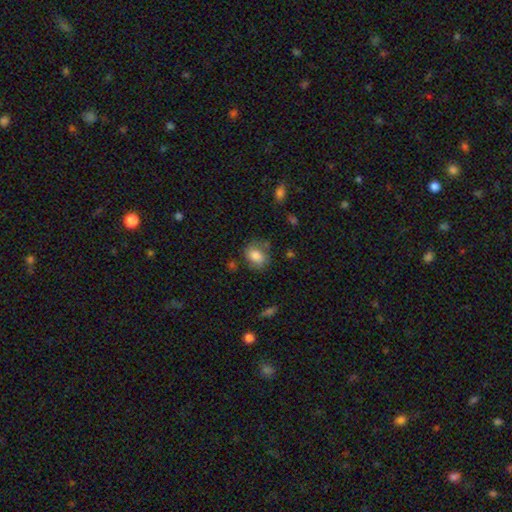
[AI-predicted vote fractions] Morphology: type=smooth (81%); roundness=in between (54%); merging=none (68%).